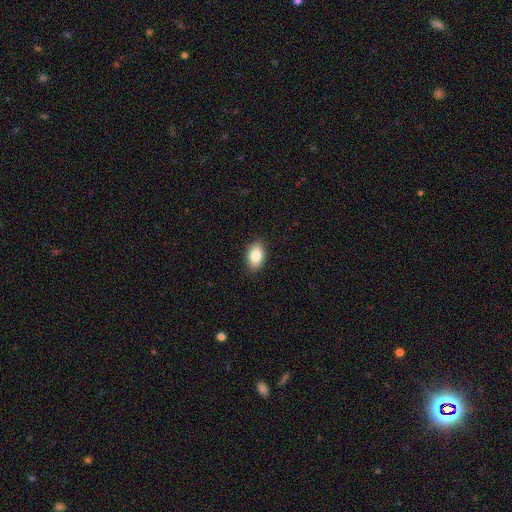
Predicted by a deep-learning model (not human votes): smooth-or-featured: smooth: 86% | star or artifact: 7% | featured or disk: 7%
  how-rounded: in between: 89% | round: 10% | cigar-shaped: 1%
  merging: none: 88% | minor disturbance: 9% | major disturbance: 2% | merger: 1%